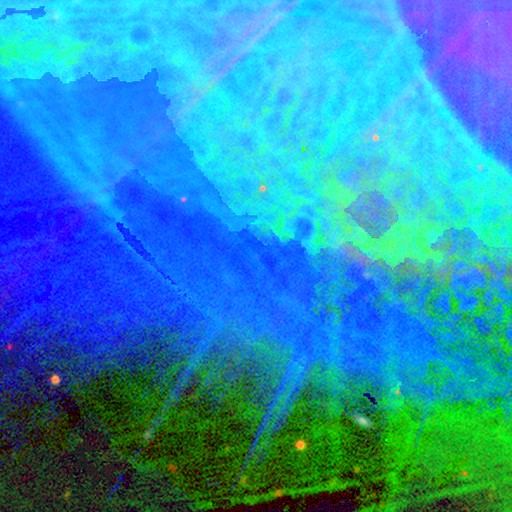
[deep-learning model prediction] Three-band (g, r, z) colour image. It shows a star or artifact, not a galaxy (81%).